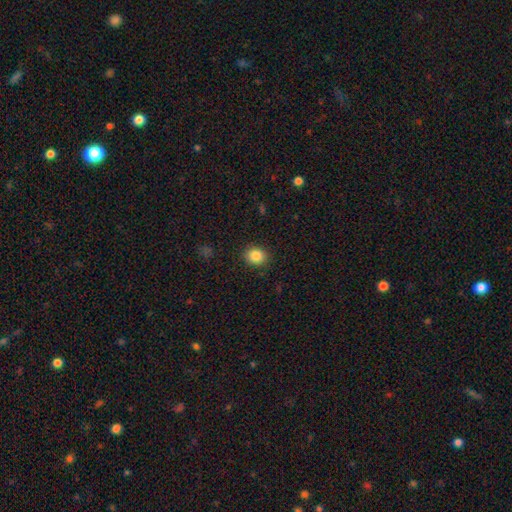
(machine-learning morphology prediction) type=smooth (86%); roundness=round (66%); merging=none (89%).